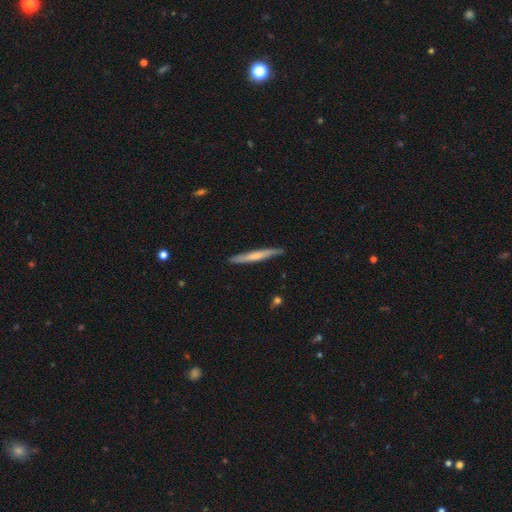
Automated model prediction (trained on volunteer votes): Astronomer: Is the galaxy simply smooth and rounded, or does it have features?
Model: smooth — 50% (runner-up: featured or disk, 45%).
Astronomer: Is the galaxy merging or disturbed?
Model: none — 86%.